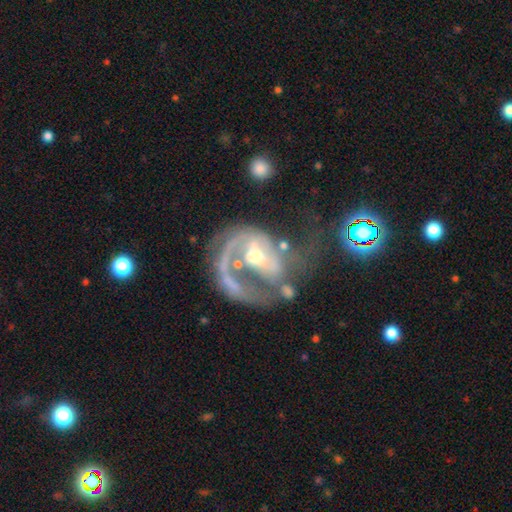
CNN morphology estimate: Overall: featured or disk (82%). Edge-on disk: no (98%). Bar: no (43%; weak 38%). Spiral arms: yes (78%). Spiral arm count: 1 (65%). Spiral winding: medium (41%; loose 37%). Bulge size: moderate (62%; small 23%). Merging: major disturbance (45%; none 22%).